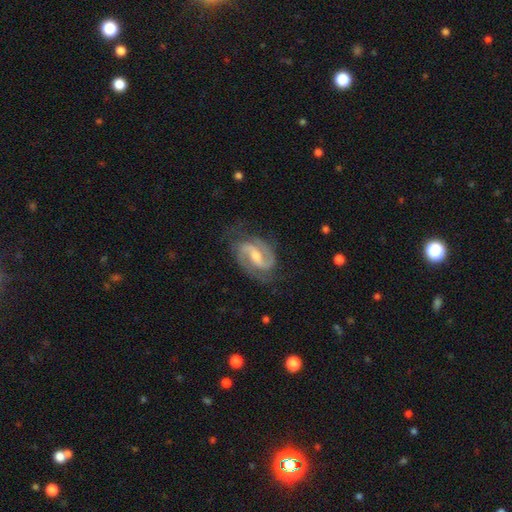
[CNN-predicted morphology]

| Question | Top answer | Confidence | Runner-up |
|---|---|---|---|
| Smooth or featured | featured or disk | 90% | smooth (5%) |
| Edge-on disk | no | 98% | yes (2%) |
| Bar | weak | 47% | strong (32%) |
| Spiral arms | yes | 98% | no (2%) |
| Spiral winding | medium | 58% | tight (25%) |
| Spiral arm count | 2 | 93% | can't tell (2%) |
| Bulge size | moderate | 51% | small (39%) |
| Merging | none | 76% | minor disturbance (17%) |